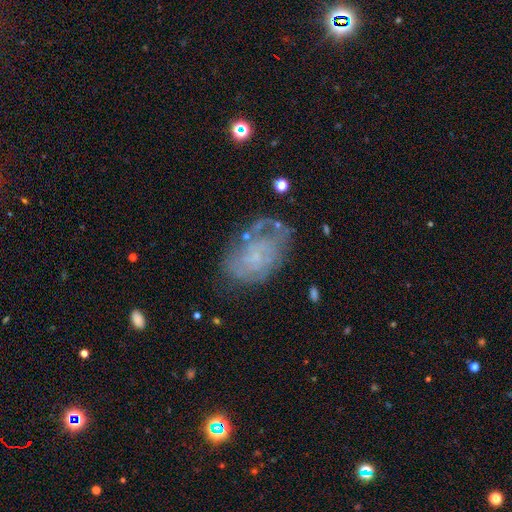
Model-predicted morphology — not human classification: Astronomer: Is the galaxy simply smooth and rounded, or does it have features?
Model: featured or disk — 64%.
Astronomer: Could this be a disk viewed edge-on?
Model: no — 97%.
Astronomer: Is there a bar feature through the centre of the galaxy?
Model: no — 78%.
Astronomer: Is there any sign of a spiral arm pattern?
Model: yes — 67%.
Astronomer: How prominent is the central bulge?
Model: small — 54% (runner-up: none, 34%).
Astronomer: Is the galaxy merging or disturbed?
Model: none — 49% (runner-up: minor disturbance, 25%).